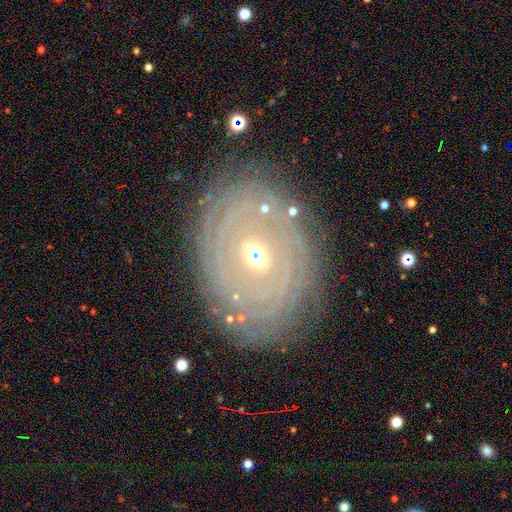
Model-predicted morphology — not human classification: Overall: featured or disk (81%). Edge-on disk: no (95%). Bar: no (66%). Spiral arms: yes (85%). Spiral arm count: can't tell (47%; more than 4 13%). Spiral winding: tight (87%). Bulge size: moderate (63%; small 32%). Merging: none (82%).